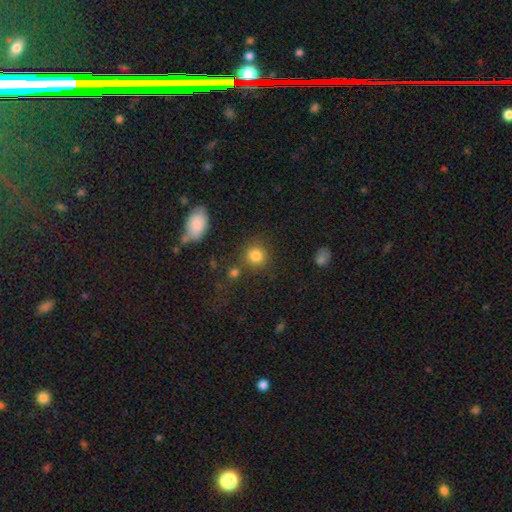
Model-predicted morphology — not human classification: The model was most divided on "merging": none: 77%, minor disturbance: 10%, merger: 8%, major disturbance: 4%. More confident: how rounded — round (87%); smooth or featured — smooth (82%).